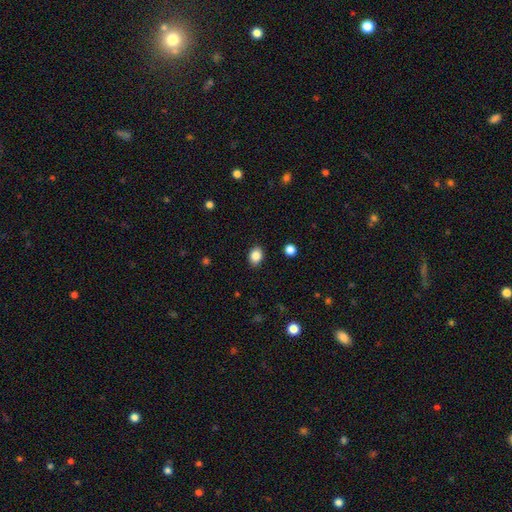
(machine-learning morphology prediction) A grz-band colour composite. It shows a smooth galaxy with no disk features (86%) that is in between round and cigar-shaped (62%). Merging: none (88%).